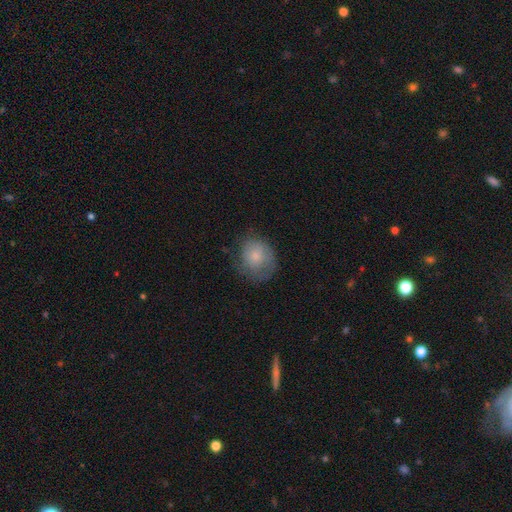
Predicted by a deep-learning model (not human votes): smooth_or_featured: smooth (p=0.73) [alt: featured or disk p=0.19]
how_rounded: round (p=0.68) [alt: in between p=0.32]
merging: none (p=0.55) [alt: minor disturbance p=0.28]